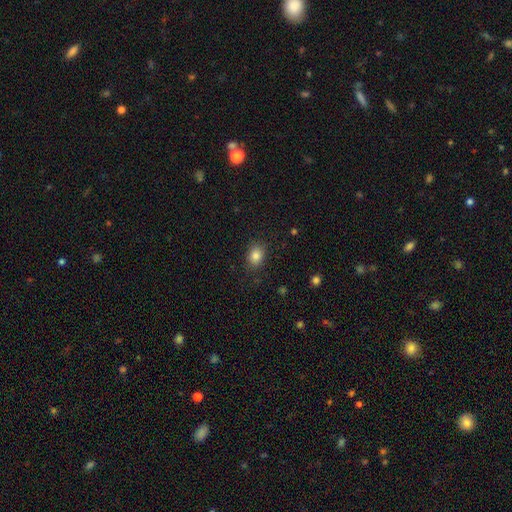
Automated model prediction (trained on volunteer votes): Smooth or featured? smooth (84%)
How rounded? in between (63%)
Merging? none (84%)